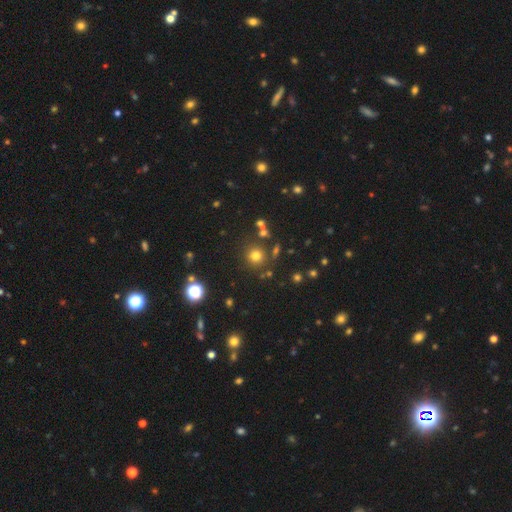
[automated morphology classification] Smooth or featured? Predicted: smooth (p=0.71). How rounded? Predicted: round (p=0.92). Merging? Predicted: none (p=0.81).